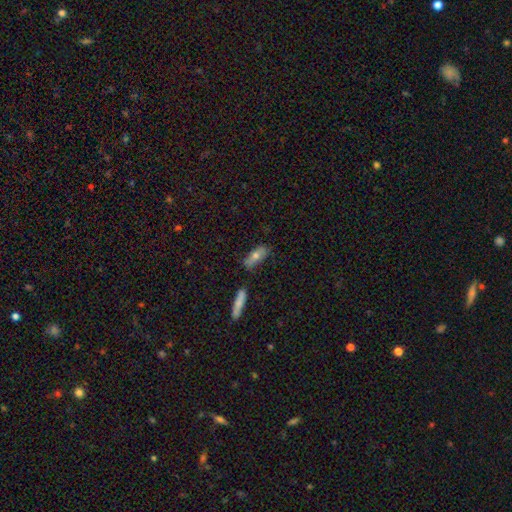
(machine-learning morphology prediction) A smooth galaxy with no disk features (63%) that is in between round and cigar-shaped (58%).

Vote fractions:
- Smooth or featured? smooth: 63% / featured or disk: 28% / star or artifact: 9%
- How rounded? in between: 58% / cigar-shaped: 38% / round: 3%
- Merging? none: 68% / minor disturbance: 19% / merger: 8% / major disturbance: 5%